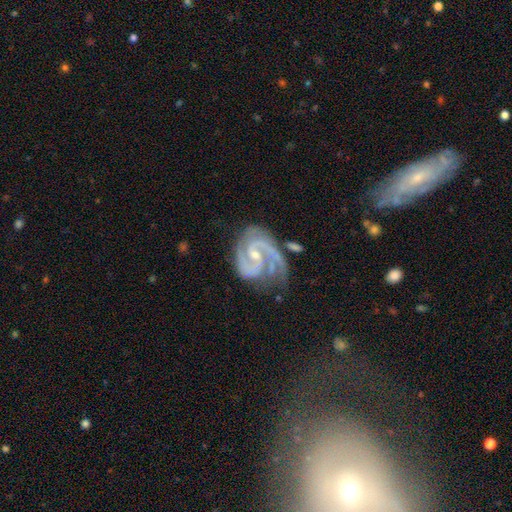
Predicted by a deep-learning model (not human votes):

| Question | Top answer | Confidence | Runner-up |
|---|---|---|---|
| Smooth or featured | featured or disk | 93% | star or artifact (4%) |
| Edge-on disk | no | 98% | yes (2%) |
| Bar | weak | 44% | no (39%) |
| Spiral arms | yes | 99% | no (1%) |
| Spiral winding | medium | 56% | tight (35%) |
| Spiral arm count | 2 | 80% | 3 (11%) |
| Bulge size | small | 61% | moderate (35%) |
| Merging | none | 59% | minor disturbance (25%) |